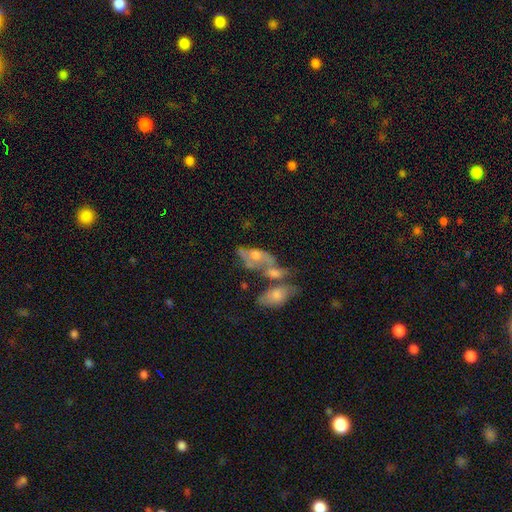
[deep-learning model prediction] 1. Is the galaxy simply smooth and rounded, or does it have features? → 58% featured or disk, 31% smooth, 11% star or artifact.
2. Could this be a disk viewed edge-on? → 88% no, 12% yes.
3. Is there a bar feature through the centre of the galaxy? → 78% no, 18% weak, 4% strong.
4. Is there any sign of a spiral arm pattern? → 51% yes, 49% no.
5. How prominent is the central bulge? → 56% moderate, 24% small, 9% large, 8% none, 2% dominant.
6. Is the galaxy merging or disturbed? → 50% merger, 23% none, 14% major disturbance, 13% minor disturbance.